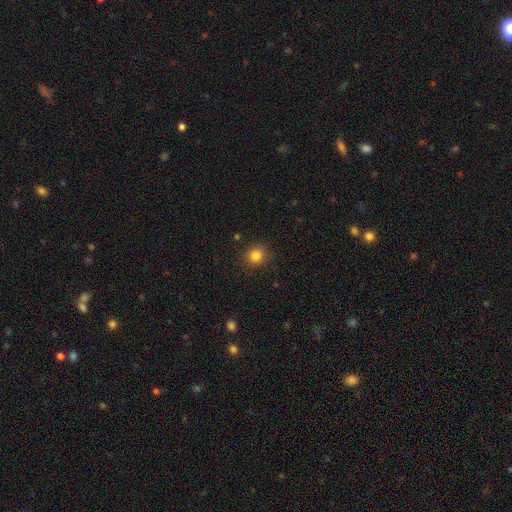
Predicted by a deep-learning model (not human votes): smooth_or_featured: smooth (p=0.83) [alt: star or artifact p=0.12]
how_rounded: round (p=0.83) [alt: in between p=0.16]
merging: none (p=0.89) [alt: minor disturbance p=0.07]